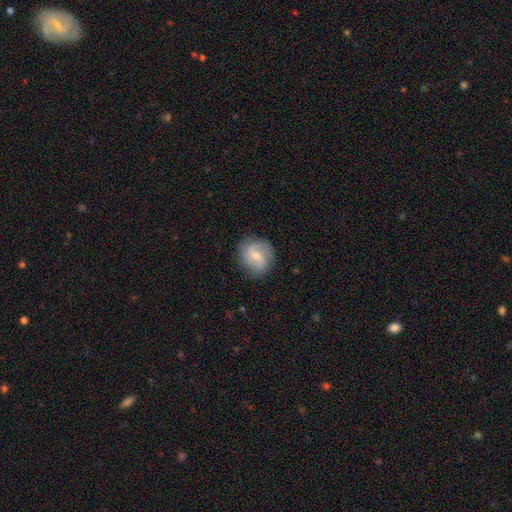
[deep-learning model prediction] A featured or disk galaxy (59%) with a weak bar (51%), 2 (82%) medium (45%) spiral arms (88%) and a small central bulge (49%).

Vote fractions:
- Smooth or featured? featured or disk: 59% / smooth: 34% / star or artifact: 7%
- Edge-on disk? no: 97% / yes: 3%
- Bar? weak: 51% / no: 37% / strong: 12%
- Spiral arms? yes: 88% / no: 12%
- Spiral winding? medium: 45% / loose: 35% / tight: 20%
- Spiral arm count? 2: 82% / can't tell: 9% / 3: 4% / 1: 3% / 4: 1% / more than 4: 1%
- Bulge size? small: 49% / moderate: 46% / none: 2% / large: 2% / dominant: 1%
- Merging? none: 83% / minor disturbance: 12% / major disturbance: 4% / merger: 1%